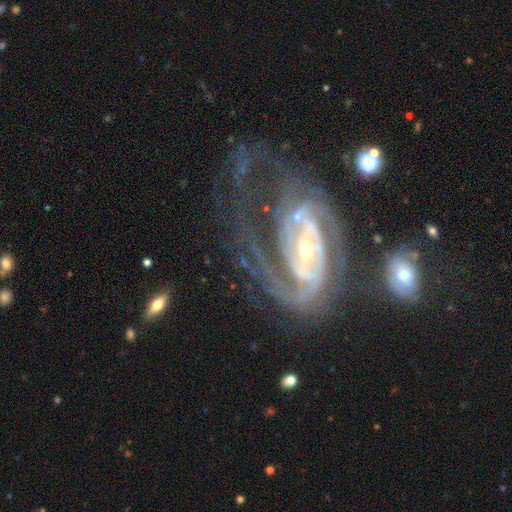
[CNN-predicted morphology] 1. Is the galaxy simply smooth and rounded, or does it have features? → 90% featured or disk, 6% star or artifact, 4% smooth.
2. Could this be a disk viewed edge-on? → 97% no, 3% yes.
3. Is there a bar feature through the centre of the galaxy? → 41% no, 33% weak, 27% strong.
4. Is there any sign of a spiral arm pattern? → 96% yes, 4% no.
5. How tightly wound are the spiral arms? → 51% tight, 38% medium, 12% loose.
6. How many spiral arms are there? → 50% 2, 17% can't tell, 15% 3, 10% 1, 5% 4, 4% more than 4.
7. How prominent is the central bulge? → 59% small, 37% moderate, 2% large, 1% none, 1% dominant.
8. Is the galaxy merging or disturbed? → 37% major disturbance, 32% none, 17% minor disturbance, 13% merger.